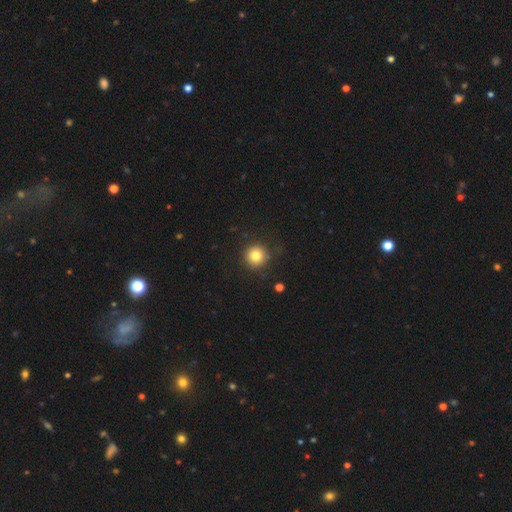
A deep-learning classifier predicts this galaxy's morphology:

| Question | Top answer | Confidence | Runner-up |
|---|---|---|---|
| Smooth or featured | smooth | 81% | star or artifact (12%) |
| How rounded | round | 94% | in between (5%) |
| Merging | none | 87% | minor disturbance (9%) |